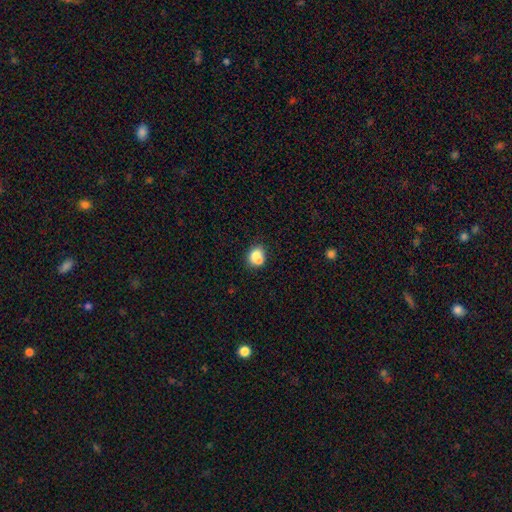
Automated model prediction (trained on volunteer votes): Smooth or featured: smooth — 77% (featured or disk — 13%)
How rounded: round — 58% (in between — 41%)
Merging: none — 43% (merger — 38%)